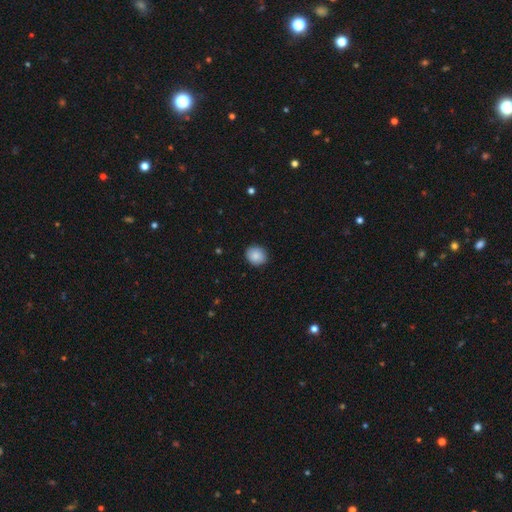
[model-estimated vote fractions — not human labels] This is clearly a smooth galaxy (87%). How rounded: likely round (70%). Merging: clearly none (88%).